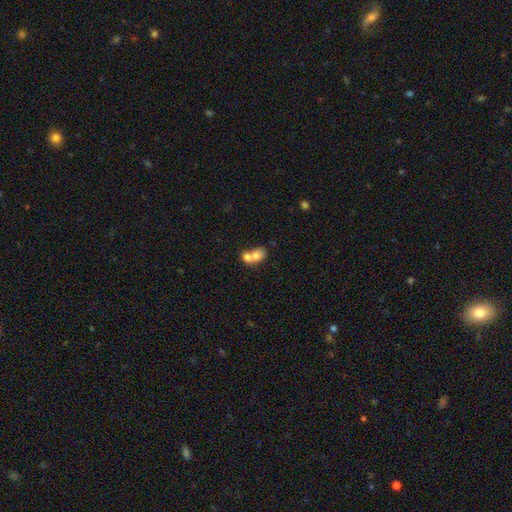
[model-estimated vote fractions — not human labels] A smooth galaxy with no disk features (71%) that is in between round and cigar-shaped (61%).

Vote fractions:
- Smooth or featured? smooth: 71% / featured or disk: 20% / star or artifact: 9%
- How rounded? in between: 61% / round: 37% / cigar-shaped: 2%
- Merging? merger: 72% / none: 19% / minor disturbance: 6% / major disturbance: 3%